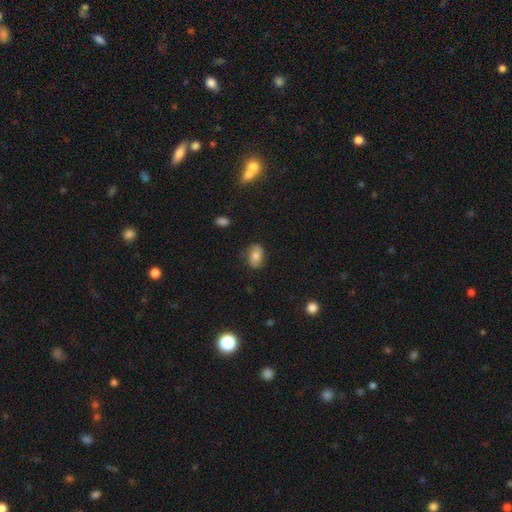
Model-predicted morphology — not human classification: smooth_or_featured: smooth (p=0.73) [alt: featured or disk p=0.18]
how_rounded: in between (p=0.79) [alt: round p=0.19]
merging: none (p=0.75) [alt: minor disturbance p=0.19]